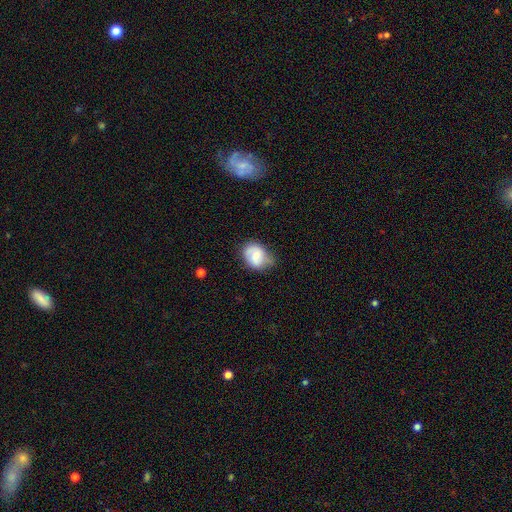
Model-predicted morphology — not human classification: This is possibly a smooth galaxy (56%). How rounded: possibly in between (55%). Merging: possibly none (56%).